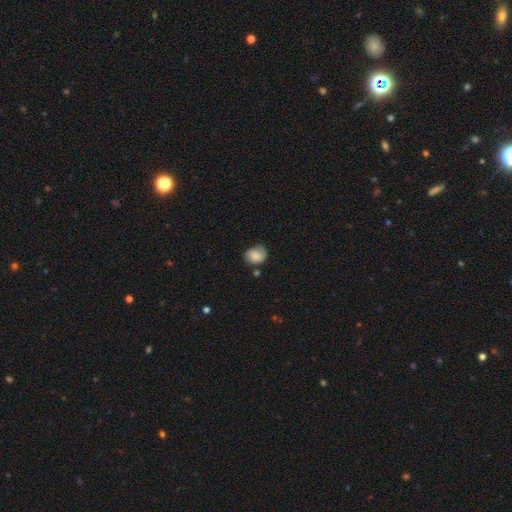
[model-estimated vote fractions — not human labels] The model was most divided on "how rounded": round: 55%, in between: 44%, cigar-shaped: 1%. More confident: smooth or featured — smooth (81%); merging — none (63%).